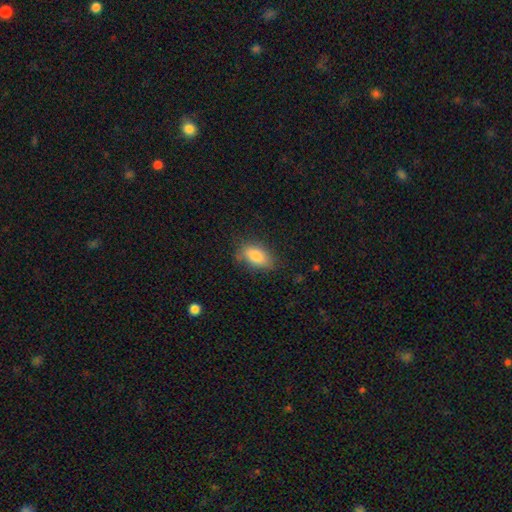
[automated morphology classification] Smooth or featured? Predicted: smooth (p=0.83). How rounded? Predicted: in between (p=0.89). Merging? Predicted: none (p=0.73).